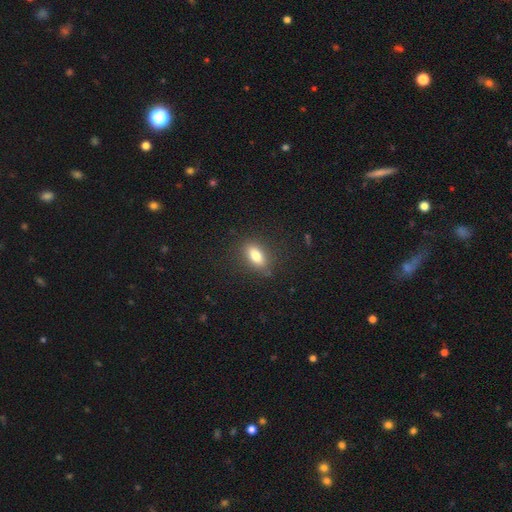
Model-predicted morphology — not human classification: The model was most divided on "smooth or featured": smooth: 79%, featured or disk: 12%, star or artifact: 9%. More confident: merging — none (83%); how rounded — in between (80%).